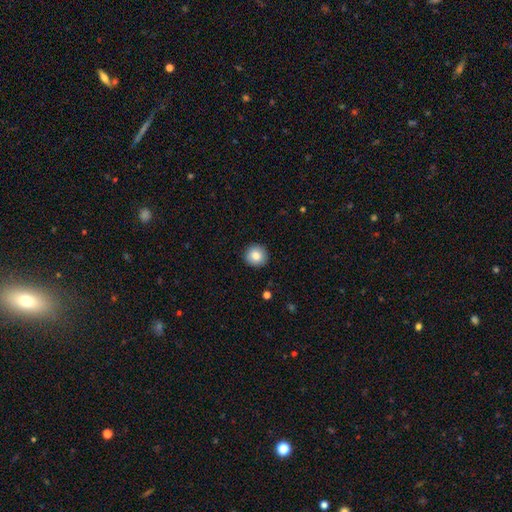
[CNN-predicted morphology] Smooth or featured? smooth (85%)
How rounded? round (94%)
Merging? none (92%)